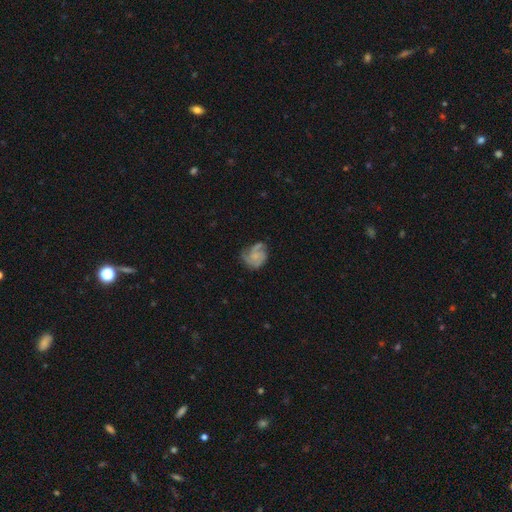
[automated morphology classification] smooth_or_featured: featured or disk (p=0.68) [alt: smooth p=0.24]
disk_edge_on: no (p=0.98) [alt: yes p=0.02]
bar: no (p=0.74) [alt: weak p=0.23]
has_spiral_arms: yes (p=0.91) [alt: no p=0.09]
spiral_winding: medium (p=0.44) [alt: tight p=0.37]
spiral_arm_count: 3 (p=0.46) [alt: 2 p=0.18]
bulge_size: small (p=0.49) [alt: none p=0.33]
merging: none (p=0.58) [alt: minor disturbance p=0.24]